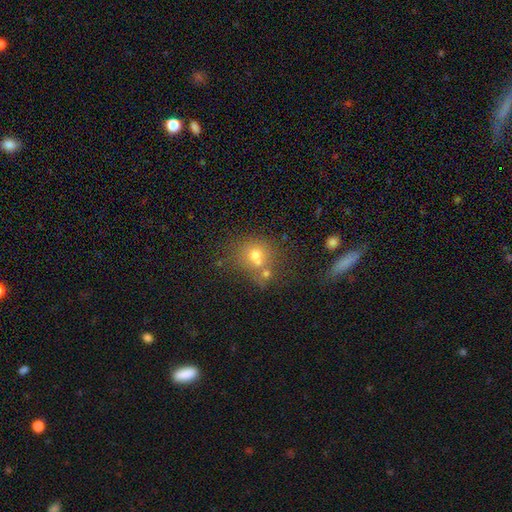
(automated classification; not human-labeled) A smooth galaxy with no disk features (65%) that is round (76%).

Vote fractions:
- Smooth or featured? smooth: 65% / featured or disk: 19% / star or artifact: 16%
- How rounded? round: 76% / in between: 23% / cigar-shaped: 1%
- Merging? none: 43% / merger: 40% / minor disturbance: 11% / major disturbance: 6%